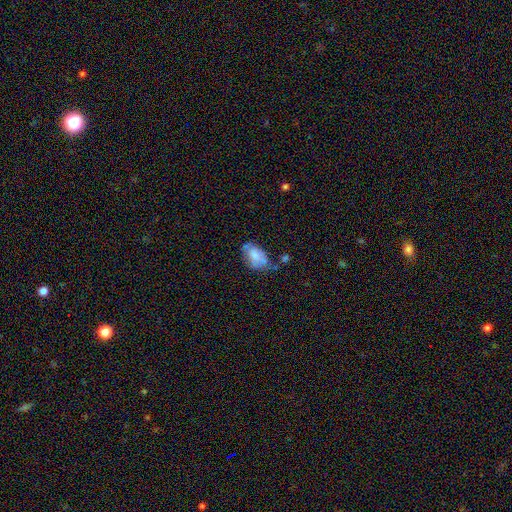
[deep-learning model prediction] Smooth or featured? Predicted: smooth (p=0.66). How rounded? Predicted: in between (p=0.89). Merging? Predicted: none (p=0.41).